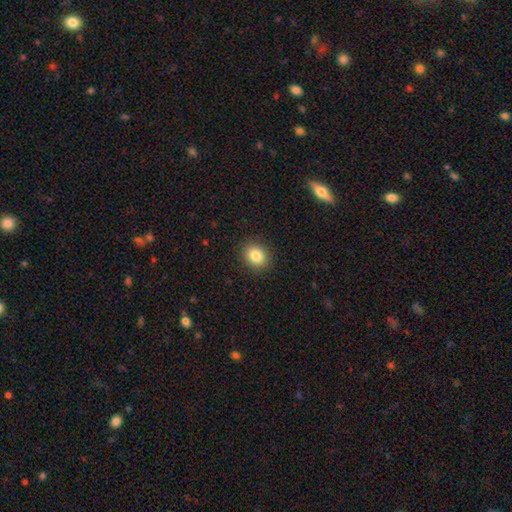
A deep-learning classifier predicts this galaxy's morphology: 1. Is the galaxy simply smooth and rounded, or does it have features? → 84% smooth, 10% star or artifact, 6% featured or disk.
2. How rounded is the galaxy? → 60% round, 39% in between, 1% cigar-shaped.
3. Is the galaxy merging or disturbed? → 90% none, 7% minor disturbance, 2% major disturbance, 1% merger.